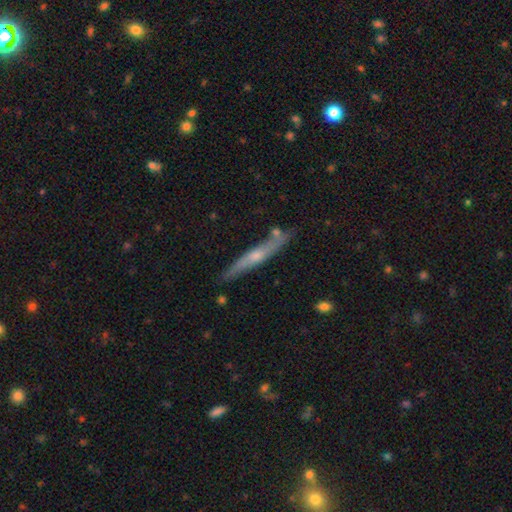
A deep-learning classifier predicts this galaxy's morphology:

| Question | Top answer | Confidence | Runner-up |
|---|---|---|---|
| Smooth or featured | featured or disk | 59% | smooth (35%) |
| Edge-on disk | yes | 91% | no (9%) |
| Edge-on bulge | rounded | 72% | none (23%) |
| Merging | none | 78% | minor disturbance (15%) |